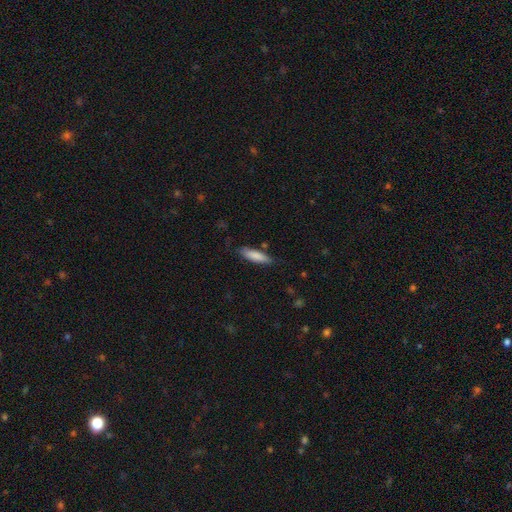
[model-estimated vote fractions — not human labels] Smooth or featured?
  - smooth: 82% *
  - featured or disk: 12%
  - star or artifact: 6%
How rounded?
  - cigar-shaped: 61% *
  - in between: 38%
  - round: 1%
Merging?
  - none: 78% *
  - minor disturbance: 16%
  - major disturbance: 3%
  - merger: 3%